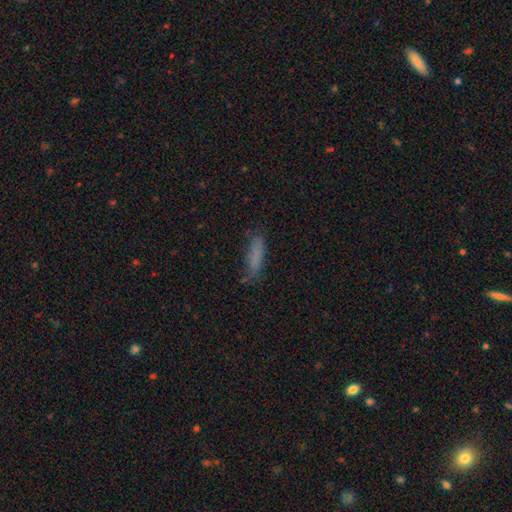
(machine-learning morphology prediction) This is likely a smooth galaxy (78%). How rounded: likely cigar-shaped (66%). Merging: likely none (65%).